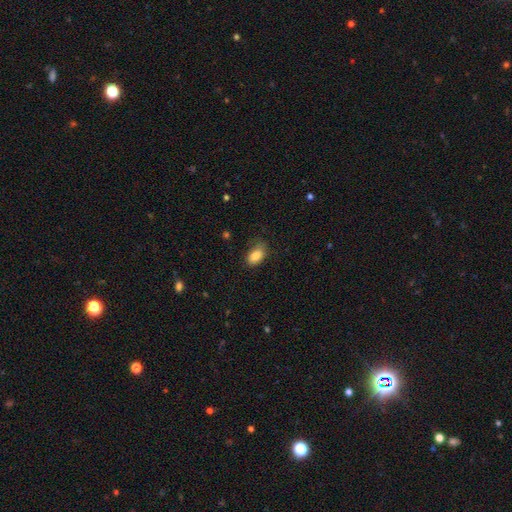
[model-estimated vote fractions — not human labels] Overall: smooth (87%). How rounded: in between (91%). Merging: none (65%; minor disturbance 26%).